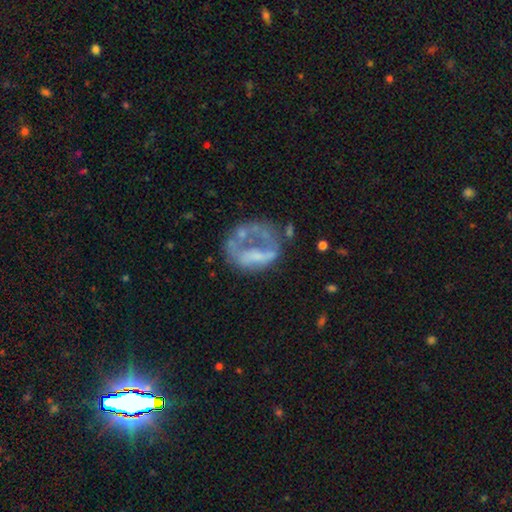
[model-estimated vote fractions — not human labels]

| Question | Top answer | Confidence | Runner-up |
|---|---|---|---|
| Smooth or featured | featured or disk | 60% | smooth (29%) |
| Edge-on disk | no | 97% | yes (3%) |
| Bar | no | 76% | weak (17%) |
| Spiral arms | no | 80% | yes (20%) |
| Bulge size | none | 61% | small (18%) |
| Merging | major disturbance | 39% | none (34%) |